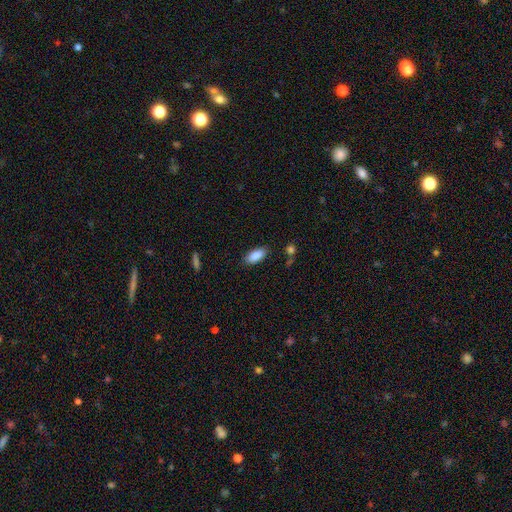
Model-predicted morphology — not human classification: smooth 89%, star or artifact 7%, featured or disk 5%. Down the decision tree: how rounded — in between (86%); merging — none (85%).